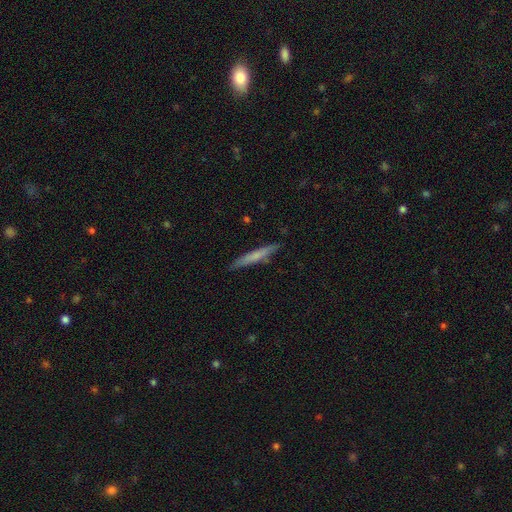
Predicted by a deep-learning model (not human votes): Smooth or featured?
  - smooth: 59% *
  - featured or disk: 35%
  - star or artifact: 6%
How rounded?
  - cigar-shaped: 95% *
  - in between: 3%
  - round: 1%
Merging?
  - none: 87% *
  - minor disturbance: 10%
  - major disturbance: 2%
  - merger: 2%